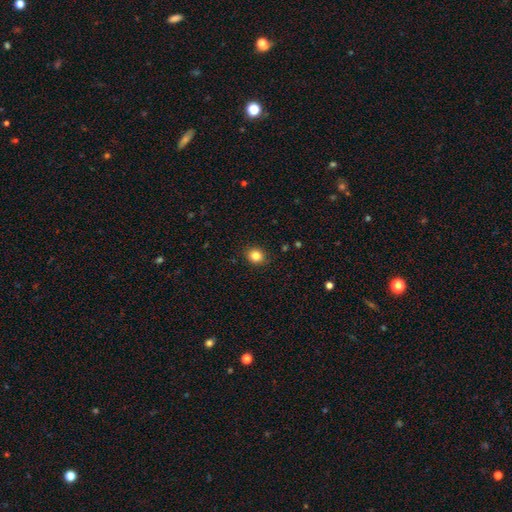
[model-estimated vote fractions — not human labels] smooth_or_featured: smooth (p=0.84) [alt: star or artifact p=0.11]
how_rounded: round (p=0.74) [alt: in between p=0.26]
merging: none (p=0.90) [alt: minor disturbance p=0.07]